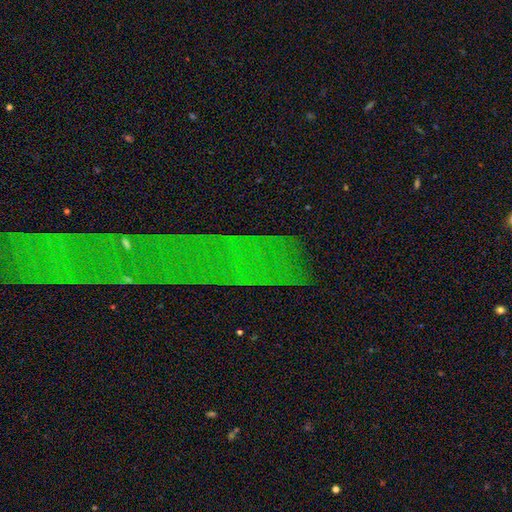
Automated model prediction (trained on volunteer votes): Overall: star or artifact (65%).